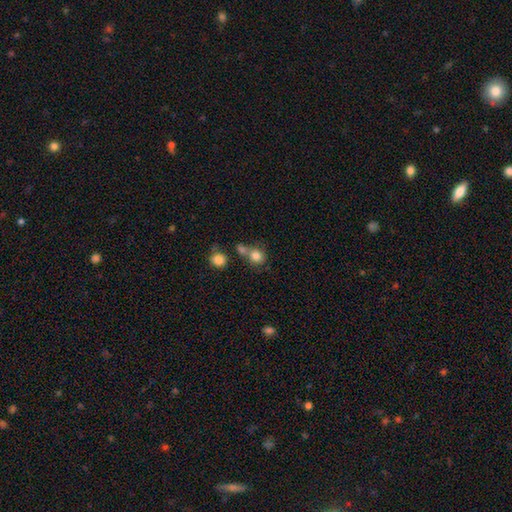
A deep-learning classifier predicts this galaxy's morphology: The model was most divided on "merging": none: 50%, merger: 34%, minor disturbance: 11%, major disturbance: 5%. More confident: smooth or featured — smooth (81%); how rounded — round (81%).